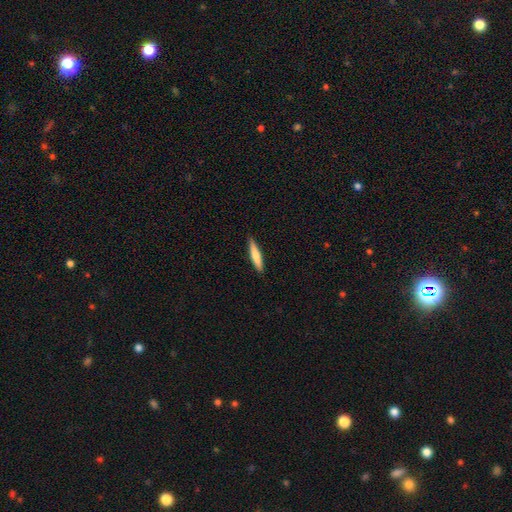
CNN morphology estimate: Smooth or featured? smooth (72%)
How rounded? cigar-shaped (90%)
Merging? none (89%)